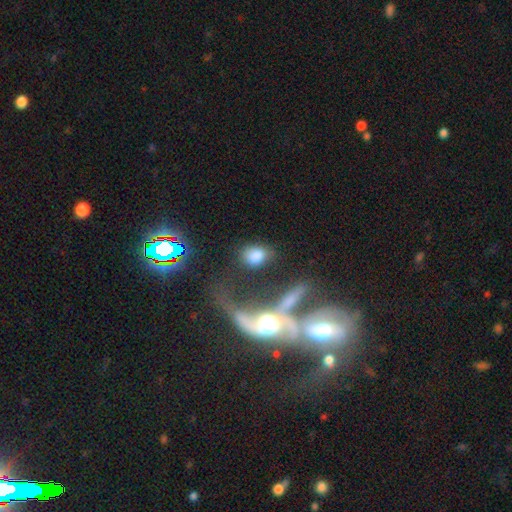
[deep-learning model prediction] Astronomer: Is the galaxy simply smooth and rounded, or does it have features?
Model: smooth — 78%.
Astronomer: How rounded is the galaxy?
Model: in between — 68%.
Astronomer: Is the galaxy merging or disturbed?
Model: none — 54%.